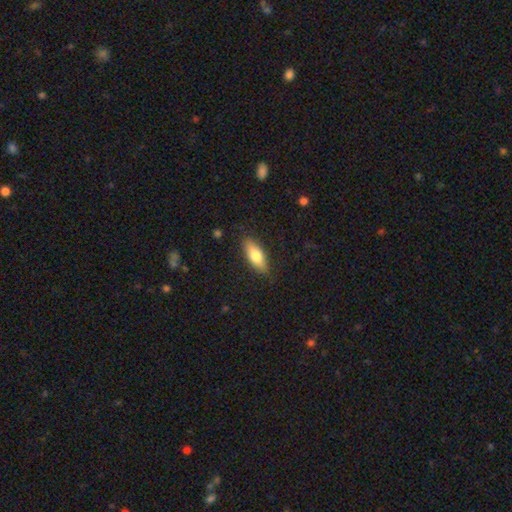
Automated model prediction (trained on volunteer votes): A smooth galaxy with no disk features (74%) that is in between round and cigar-shaped (72%).

Vote fractions:
- Smooth or featured? smooth: 74% / featured or disk: 19% / star or artifact: 6%
- How rounded? in between: 72% / cigar-shaped: 26% / round: 3%
- Merging? none: 85% / minor disturbance: 11% / major disturbance: 2% / merger: 1%